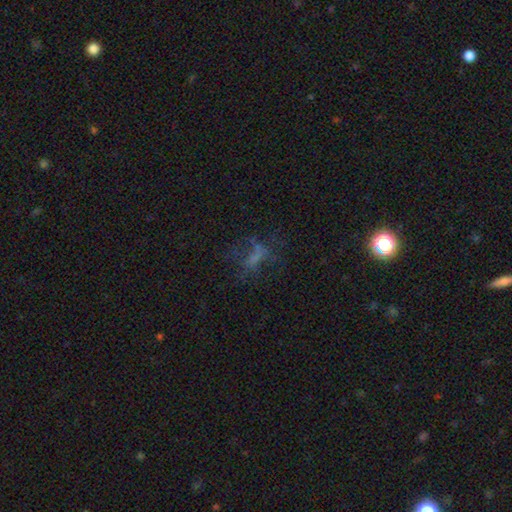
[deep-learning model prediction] smooth 35%, featured or disk 33%, star or artifact 31%. Down the decision tree: merging — none (46%).